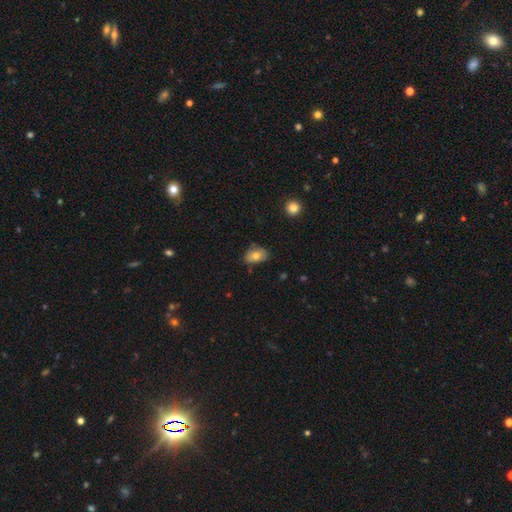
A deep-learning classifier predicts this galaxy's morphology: Smooth or featured: smooth — 76% (featured or disk — 15%)
How rounded: in between — 81% (round — 18%)
Merging: none — 69% (minor disturbance — 24%)